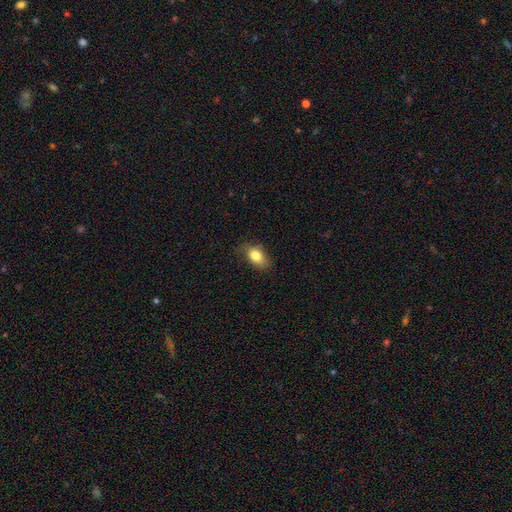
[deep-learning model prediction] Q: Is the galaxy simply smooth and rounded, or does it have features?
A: smooth — 80%.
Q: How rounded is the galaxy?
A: in between — 85%.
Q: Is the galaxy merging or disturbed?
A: none — 67%.